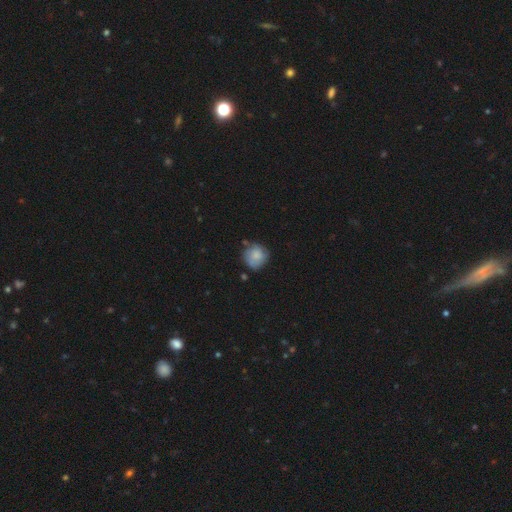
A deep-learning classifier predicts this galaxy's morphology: A smooth galaxy with no disk features (78%) that is round (87%). Merging: none (64%).